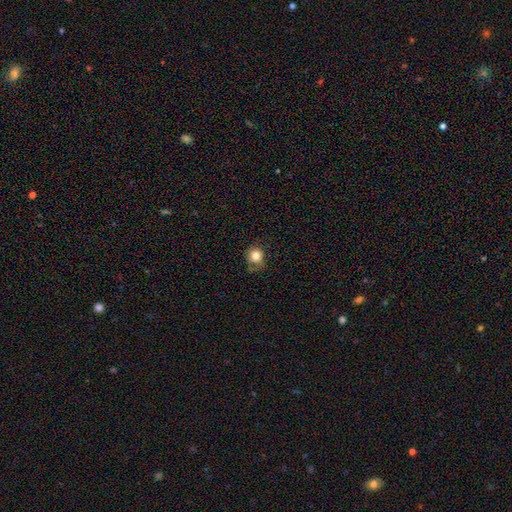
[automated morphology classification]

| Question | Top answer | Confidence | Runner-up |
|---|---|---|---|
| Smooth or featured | smooth | 80% | star or artifact (11%) |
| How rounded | round | 84% | in between (15%) |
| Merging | none | 66% | minor disturbance (24%) |